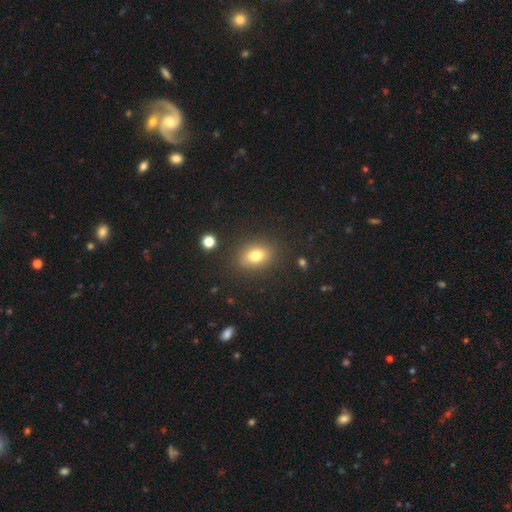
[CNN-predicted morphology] type=smooth (77%); roundness=in between (69%); merging=none (83%).